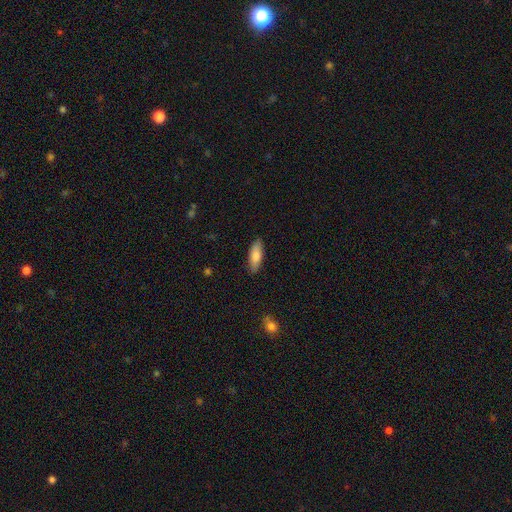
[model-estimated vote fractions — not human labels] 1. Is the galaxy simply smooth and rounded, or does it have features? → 82% smooth, 12% featured or disk, 6% star or artifact.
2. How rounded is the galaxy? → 66% in between, 32% cigar-shaped, 2% round.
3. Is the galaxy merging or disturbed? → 87% none, 10% minor disturbance, 2% major disturbance, 1% merger.